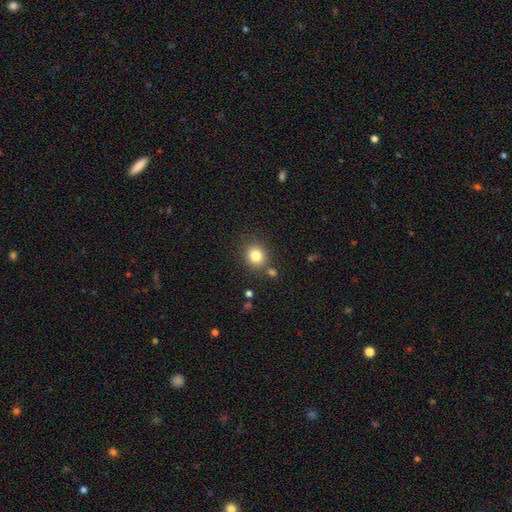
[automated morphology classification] Smooth or featured? Predicted: smooth (p=0.82). How rounded? Predicted: round (p=0.79). Merging? Predicted: none (p=0.81).